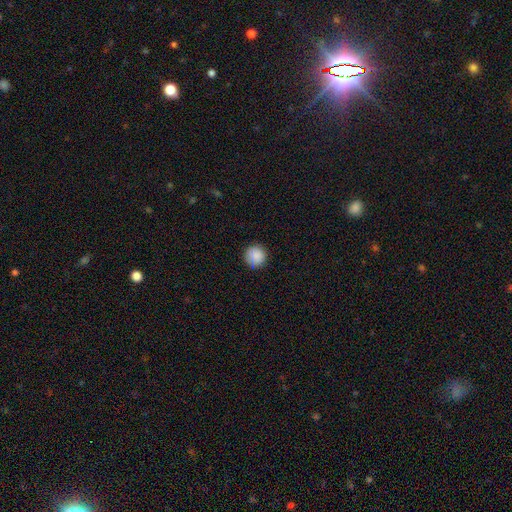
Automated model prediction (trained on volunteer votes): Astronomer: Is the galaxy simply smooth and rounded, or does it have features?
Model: smooth — 88%.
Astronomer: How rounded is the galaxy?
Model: round — 95%.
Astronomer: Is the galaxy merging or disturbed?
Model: none — 89%.